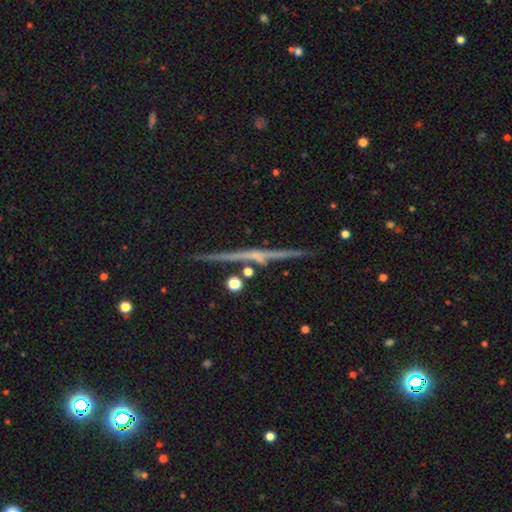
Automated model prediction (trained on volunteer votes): Smooth or featured? featured or disk (75%)
Edge-on disk? yes (98%)
Edge-on bulge? none (57%)
Merging? none (89%)